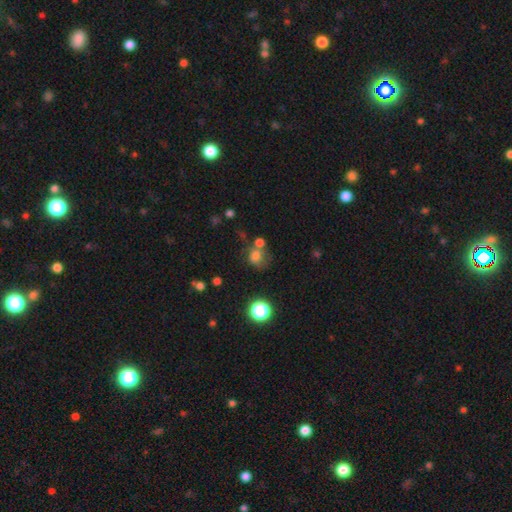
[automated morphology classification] type=smooth (70%); roundness=round (73%); merging=none (46%).